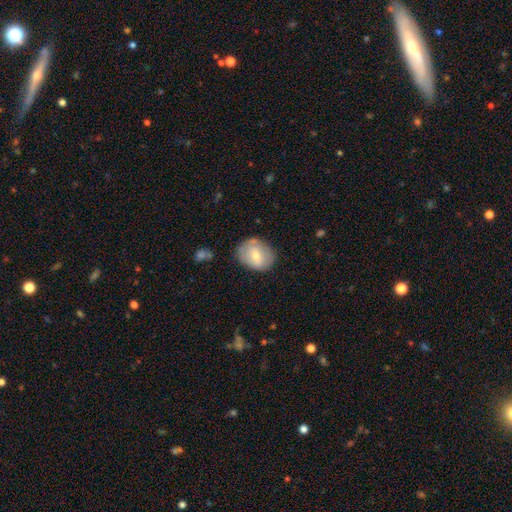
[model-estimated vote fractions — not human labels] Overall: smooth (58%; featured or disk 35%). How rounded: in between (53%; round 46%). Merging: none (72%).